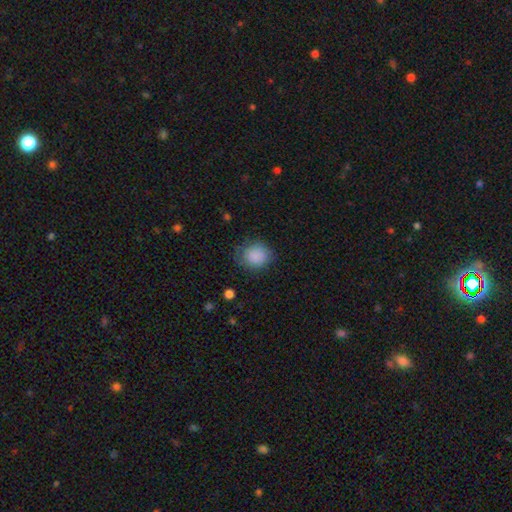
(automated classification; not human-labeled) A smooth galaxy with no disk features (87%) that is round (79%).

Vote fractions:
- Smooth or featured? smooth: 87% / star or artifact: 8% / featured or disk: 4%
- How rounded? round: 79% / in between: 20% / cigar-shaped: 1%
- Merging? none: 77% / minor disturbance: 17% / major disturbance: 5% / merger: 1%